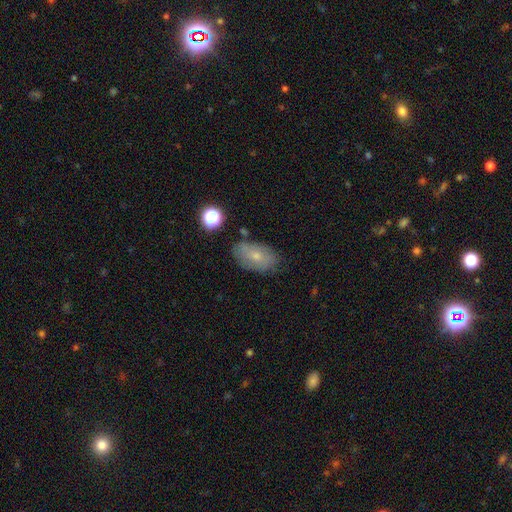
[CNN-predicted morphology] smooth-or-featured: smooth: 63% | featured or disk: 27% | star or artifact: 10%
  how-rounded: in between: 88% | round: 10% | cigar-shaped: 2%
  merging: none: 72% | minor disturbance: 19% | major disturbance: 5% | merger: 4%